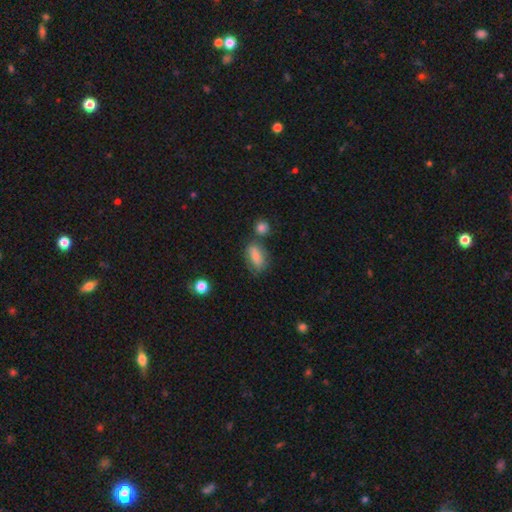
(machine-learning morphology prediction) The model was most divided on "merging": none: 62%, minor disturbance: 19%, merger: 12%, major disturbance: 6%. More confident: how rounded — in between (82%); smooth or featured — smooth (75%).